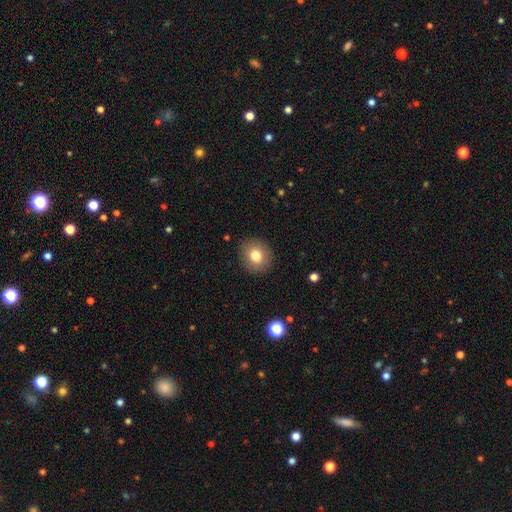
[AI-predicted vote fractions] smooth 79%, featured or disk 11%, star or artifact 10%. Down the decision tree: how rounded — round (79%); merging — none (89%).